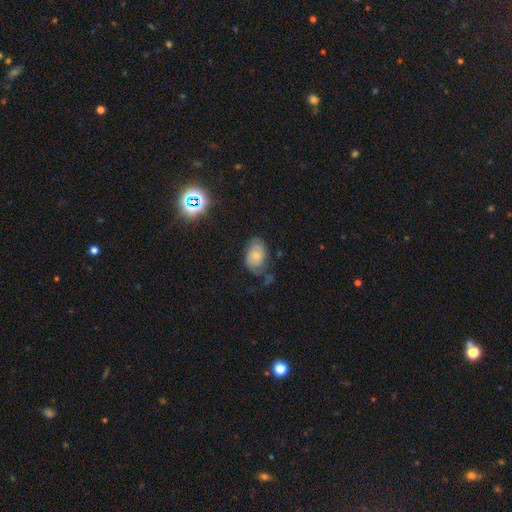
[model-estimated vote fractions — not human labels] Morphology: type=smooth (58%); roundness=in between (86%); merging=none (49%).